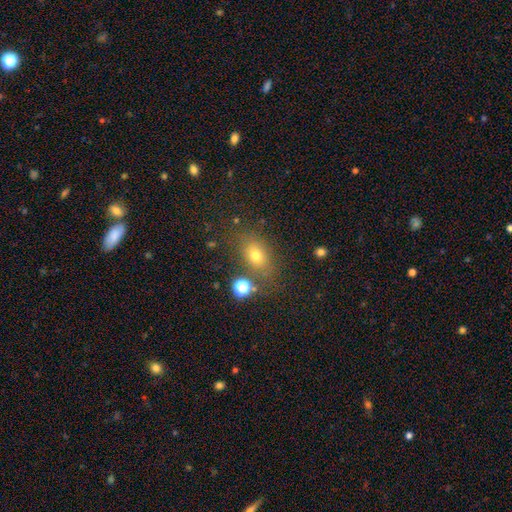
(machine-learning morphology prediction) smooth-or-featured: smooth: 70% | star or artifact: 17% | featured or disk: 14%
  how-rounded: in between: 71% | round: 26% | cigar-shaped: 3%
  merging: none: 73% | minor disturbance: 14% | merger: 7% | major disturbance: 6%